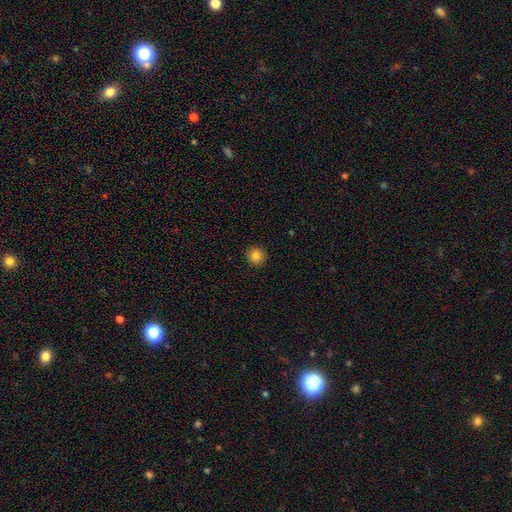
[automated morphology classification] The model was most divided on "smooth or featured": smooth: 83%, star or artifact: 11%, featured or disk: 6%. More confident: how rounded — round (94%); merging — none (92%).